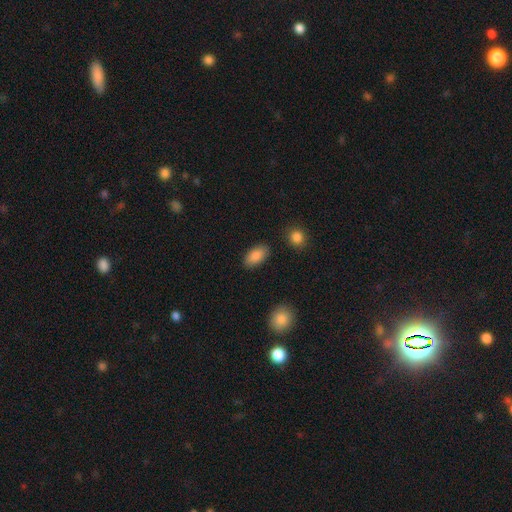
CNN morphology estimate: Q: Smooth or featured?
A: smooth (86%); runner-up: featured or disk (7%)
Q: How rounded?
A: in between (93%); runner-up: round (4%)
Q: Merging?
A: none (86%); runner-up: minor disturbance (9%)